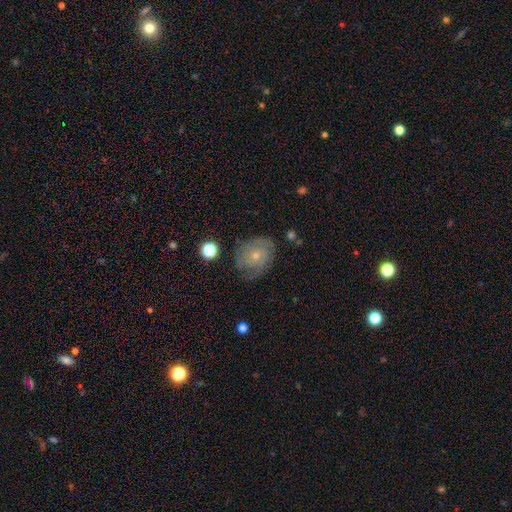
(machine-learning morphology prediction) This is possibly a featured or disk galaxy (53%). It is clearly not viewed edge-on (96%). Bar: clearly no (81%). Spiral arm pattern: likely yes (75%). Central bulge: likely small (65%). Merging: likely none (62%).